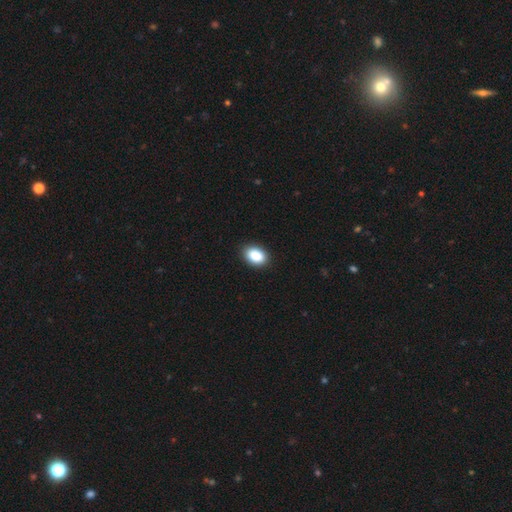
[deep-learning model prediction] Morphology: type=smooth (89%); roundness=in between (85%); merging=none (90%).